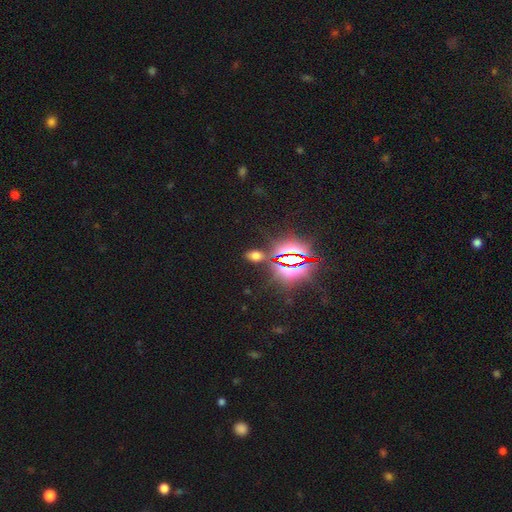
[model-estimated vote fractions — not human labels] smooth_or_featured: smooth (p=0.48) [alt: star or artifact p=0.44]
merging: none (p=0.81) [alt: minor disturbance p=0.10]